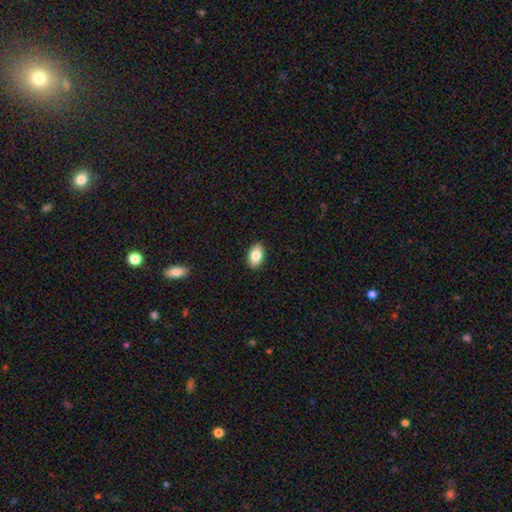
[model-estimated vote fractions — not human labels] A smooth galaxy with no disk features (83%) that is in between round and cigar-shaped (91%).

Vote fractions:
- Smooth or featured? smooth: 83% / featured or disk: 10% / star or artifact: 7%
- How rounded? in between: 91% / round: 8% / cigar-shaped: 2%
- Merging? none: 90% / minor disturbance: 8% / major disturbance: 2% / merger: 1%